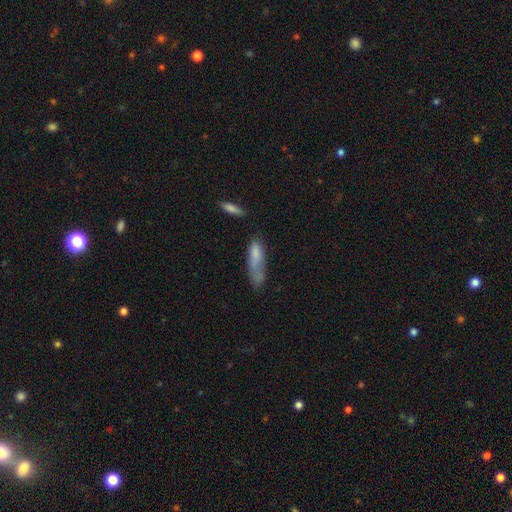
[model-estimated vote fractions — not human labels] Smooth or featured?
  - smooth: 71% *
  - featured or disk: 21%
  - star or artifact: 8%
How rounded?
  - cigar-shaped: 55% *
  - in between: 43%
  - round: 2%
Merging?
  - none: 35% *
  - minor disturbance: 28%
  - major disturbance: 24%
  - merger: 13%